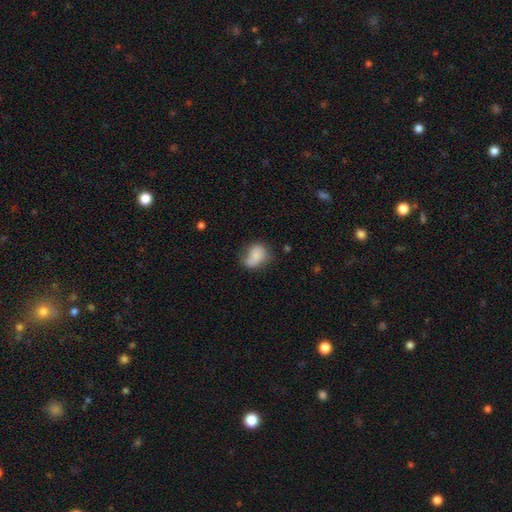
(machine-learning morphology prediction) smooth 77%, featured or disk 14%, star or artifact 8%. Down the decision tree: how rounded — in between (69%); merging — none (42%).